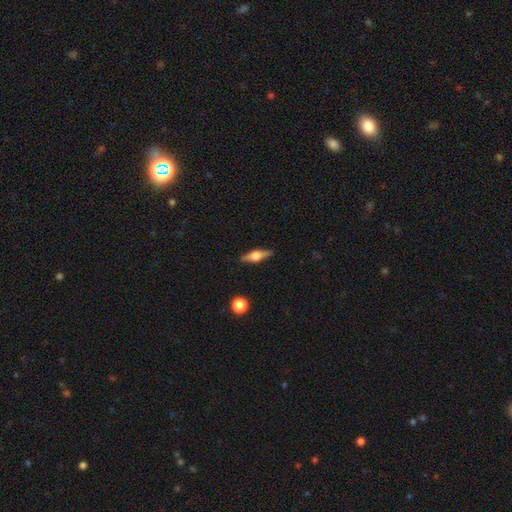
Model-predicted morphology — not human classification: Smooth or featured? featured or disk (63%)
Edge-on disk? yes (95%)
Edge-on bulge? rounded (88%)
Merging? none (86%)